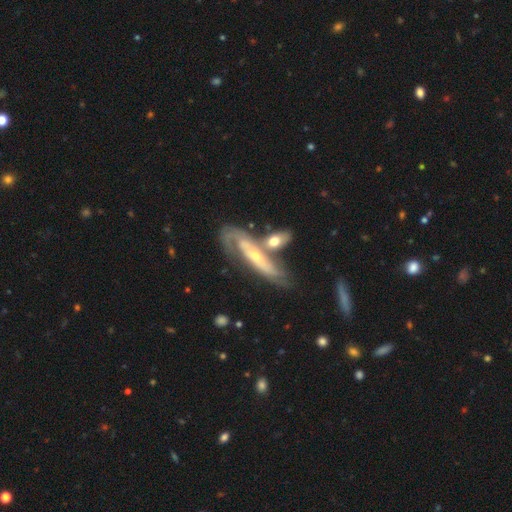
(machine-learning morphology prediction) Smooth or featured? featured or disk (75%)
Edge-on disk? no (71%)
Bar? no (59%)
Spiral arms? yes (80%)
Bulge size? small (58%)
Merging? none (39%)